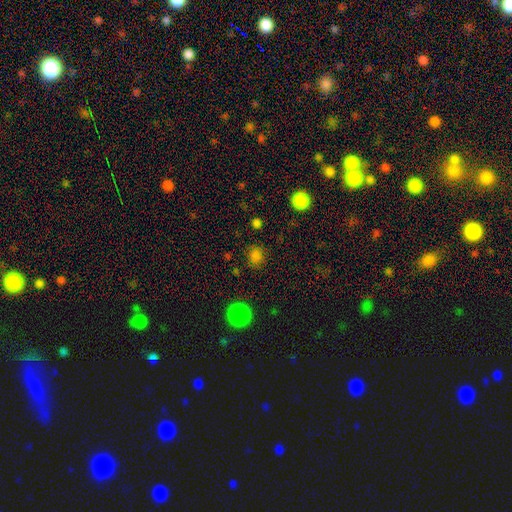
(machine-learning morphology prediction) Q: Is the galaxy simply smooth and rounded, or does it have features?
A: smooth — 80%.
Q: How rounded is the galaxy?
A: round — 78%.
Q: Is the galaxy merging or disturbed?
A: none — 84%.